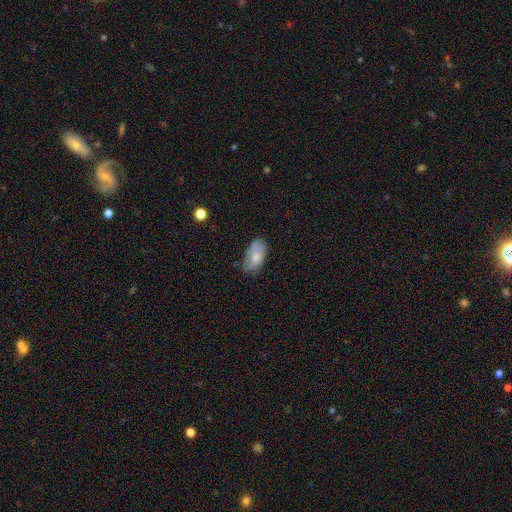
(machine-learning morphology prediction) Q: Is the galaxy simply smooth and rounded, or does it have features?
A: smooth — 71%.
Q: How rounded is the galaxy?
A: in between — 94%.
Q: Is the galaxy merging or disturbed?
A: none — 62%.